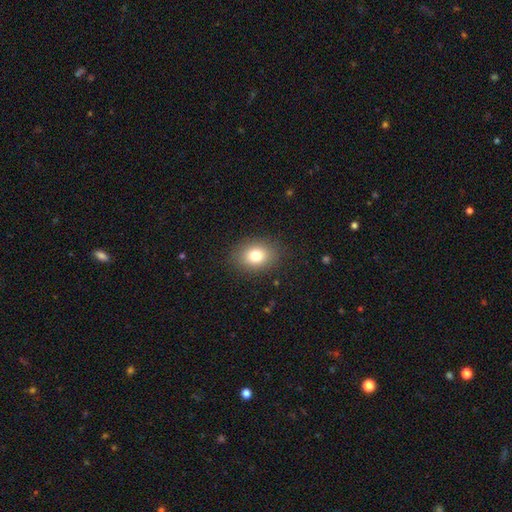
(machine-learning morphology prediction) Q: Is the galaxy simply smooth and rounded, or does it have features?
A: smooth — 80%.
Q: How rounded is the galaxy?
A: in between — 61%.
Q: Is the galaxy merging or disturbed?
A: none — 87%.